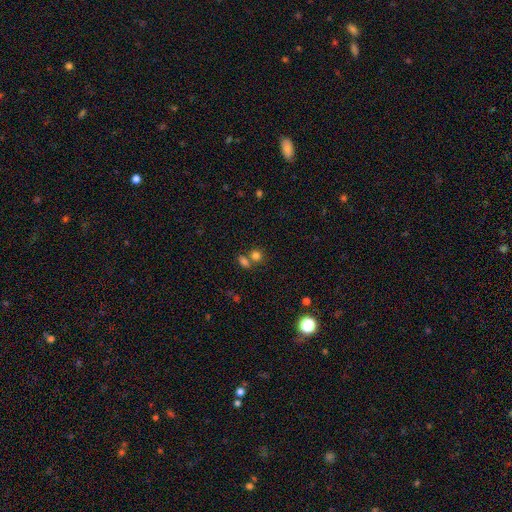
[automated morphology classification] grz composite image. It shows a smooth galaxy with no disk features (78%) that is round (70%). Merging: none (51%).